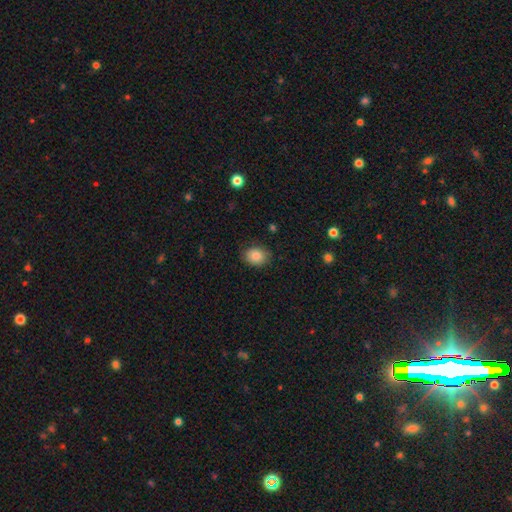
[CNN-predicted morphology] Smooth or featured?
  - smooth: 84% *
  - star or artifact: 9%
  - featured or disk: 7%
How rounded?
  - round: 52% *
  - in between: 47%
  - cigar-shaped: 1%
Merging?
  - none: 82% *
  - minor disturbance: 13%
  - major disturbance: 3%
  - merger: 1%